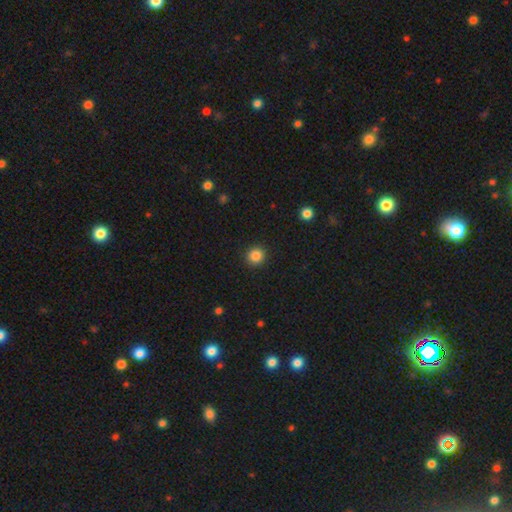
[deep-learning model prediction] smooth 86%, star or artifact 11%, featured or disk 4%. Down the decision tree: how rounded — round (94%); merging — none (92%).